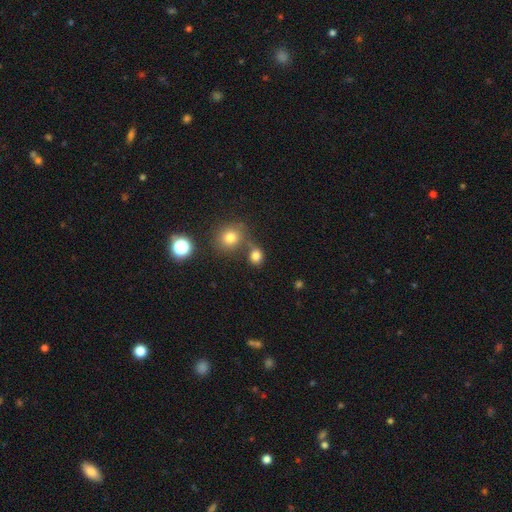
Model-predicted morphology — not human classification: The model was most divided on "merging": none: 59%, merger: 25%, minor disturbance: 11%, major disturbance: 5%. More confident: smooth or featured — smooth (77%); how rounded — round (71%).